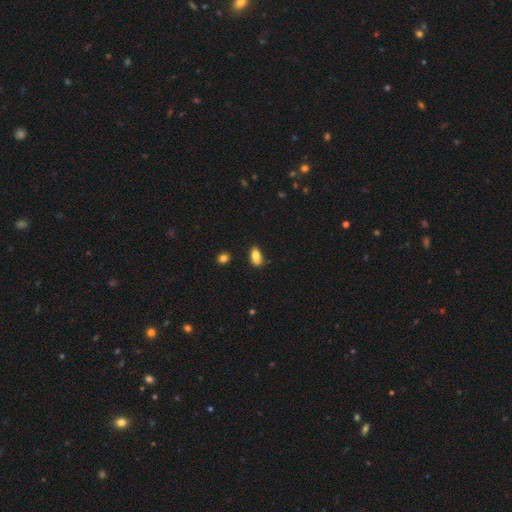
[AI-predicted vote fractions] The model was most divided on "merging": none: 77%, minor disturbance: 18%, major disturbance: 3%, merger: 2%. More confident: how rounded — in between (90%); smooth or featured — smooth (82%).